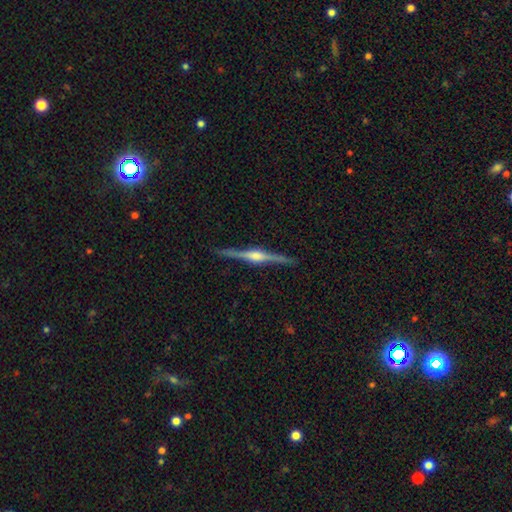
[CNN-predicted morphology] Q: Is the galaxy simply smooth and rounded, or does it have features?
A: featured or disk — 88%.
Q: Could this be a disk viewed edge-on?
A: yes — 98%.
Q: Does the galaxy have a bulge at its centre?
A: rounded — 87%.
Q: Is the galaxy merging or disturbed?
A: none — 90%.